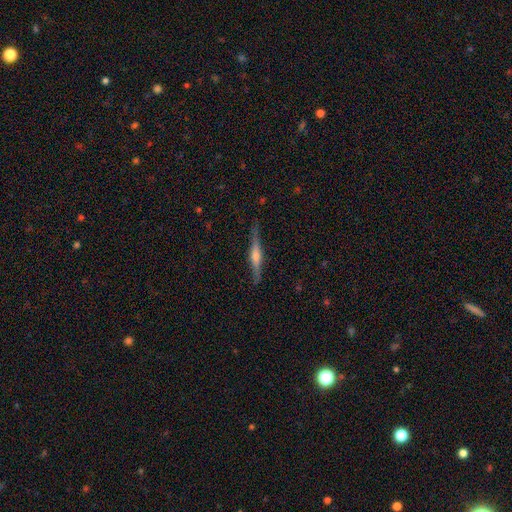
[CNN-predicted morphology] type=featured or disk (75%); edge-on=yes (98%); edge-on bulge=rounded (79%); merging=none (87%).